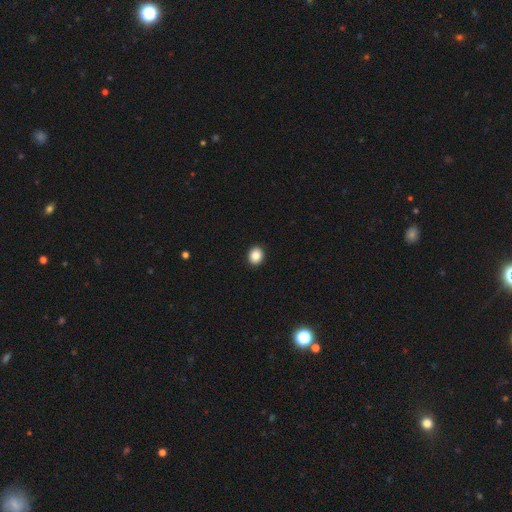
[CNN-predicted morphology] smooth 87%, star or artifact 9%, featured or disk 4%. Down the decision tree: how rounded — round (62%); merging — none (93%).